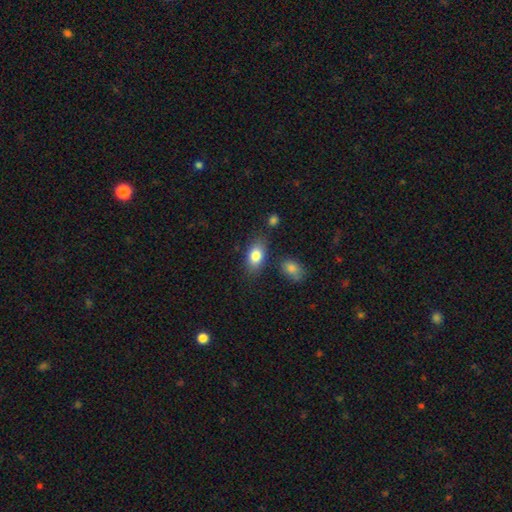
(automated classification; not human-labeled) Smooth or featured: smooth — 82% (featured or disk — 10%)
How rounded: in between — 87% (round — 10%)
Merging: none — 77% (minor disturbance — 14%)